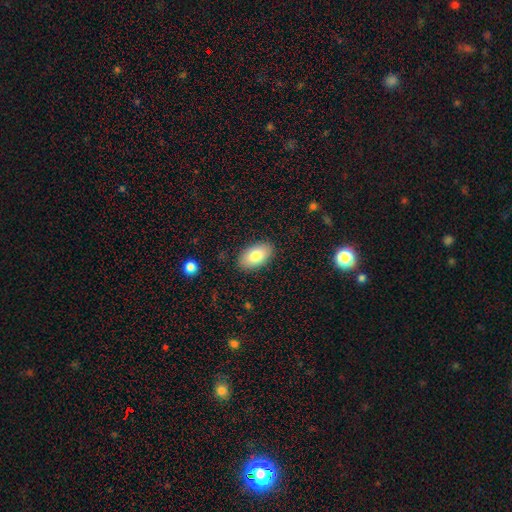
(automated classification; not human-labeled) Smooth or featured?
  - smooth: 80% *
  - featured or disk: 13%
  - star or artifact: 7%
How rounded?
  - in between: 94% *
  - round: 5%
  - cigar-shaped: 1%
Merging?
  - none: 88% *
  - minor disturbance: 9%
  - major disturbance: 2%
  - merger: 1%